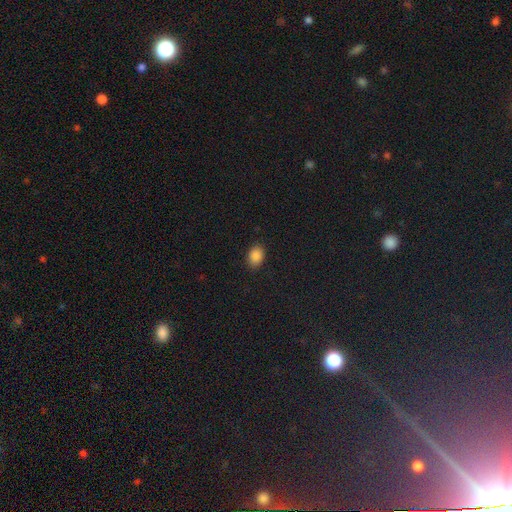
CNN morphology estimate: A smooth galaxy with no disk features (87%) that is in between round and cigar-shaped (76%).

Vote fractions:
- Smooth or featured? smooth: 87% / star or artifact: 10% / featured or disk: 3%
- How rounded? in between: 76% / round: 23% / cigar-shaped: 1%
- Merging? none: 87% / minor disturbance: 9% / major disturbance: 2% / merger: 1%